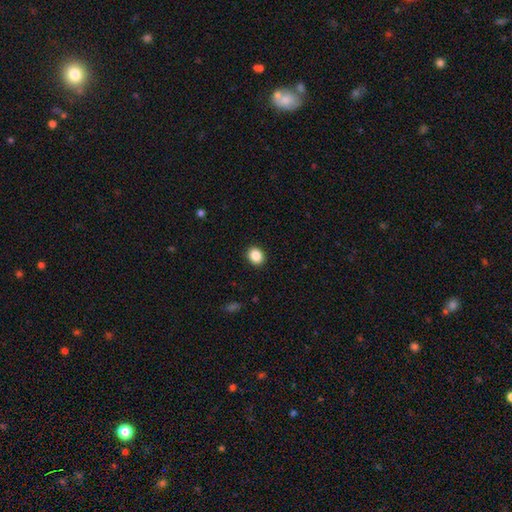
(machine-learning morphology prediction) type=smooth (87%); roundness=round (59%); merging=none (91%).